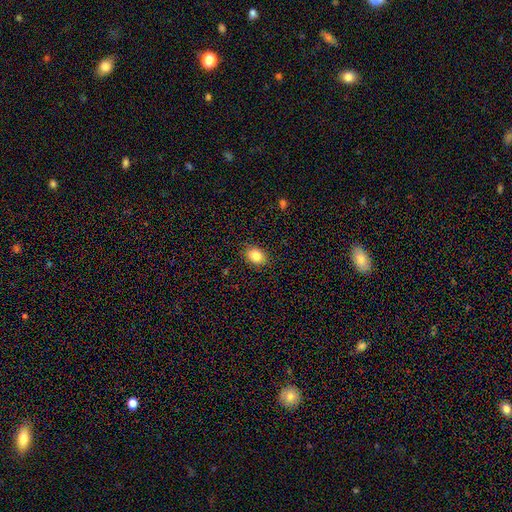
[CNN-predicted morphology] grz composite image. It shows a smooth galaxy with no disk features (84%) that is in between round and cigar-shaped (66%). Merging: none (88%).